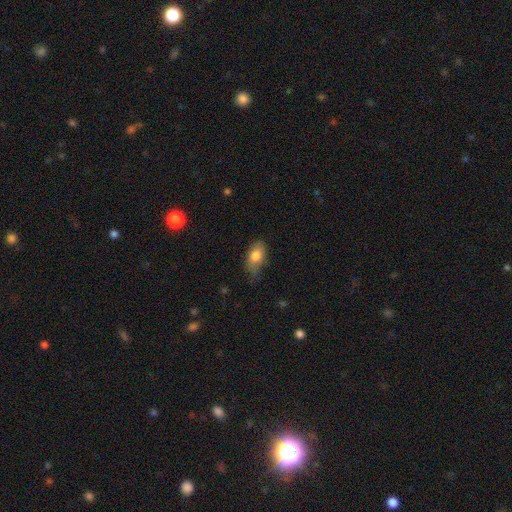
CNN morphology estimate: smooth_or_featured: smooth (p=0.78) [alt: featured or disk p=0.14]
how_rounded: in between (p=0.88) [alt: round p=0.08]
merging: none (p=0.59) [alt: minor disturbance p=0.32]